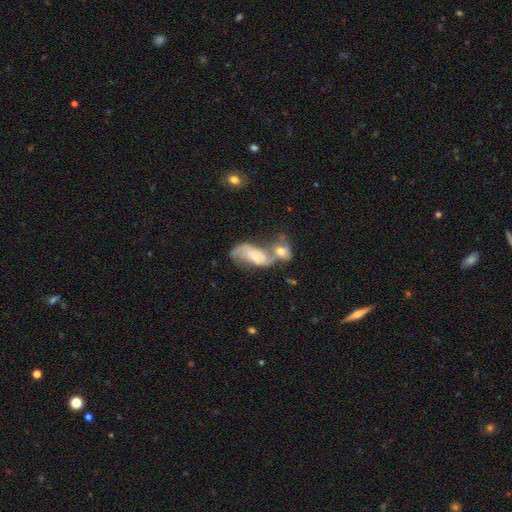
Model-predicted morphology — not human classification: A featured or disk galaxy (63%) with no bar (58%), spiral arms (83%) and a small central bulge (50%). Merging: merger (59%).